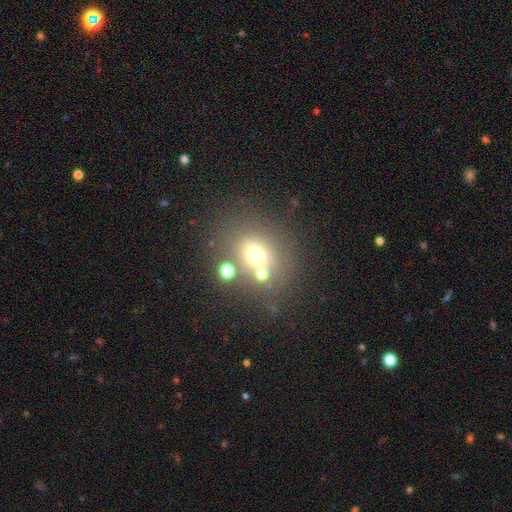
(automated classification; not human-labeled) Overall: smooth (64%). How rounded: round (67%; in between 32%). Merging: none (63%).